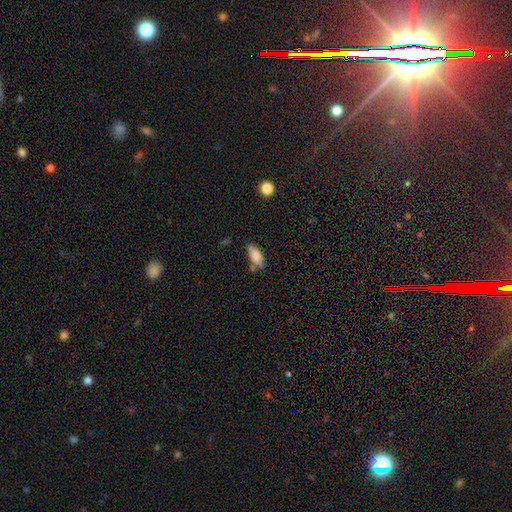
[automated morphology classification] Smooth or featured? smooth (78%)
How rounded? in between (75%)
Merging? none (62%)